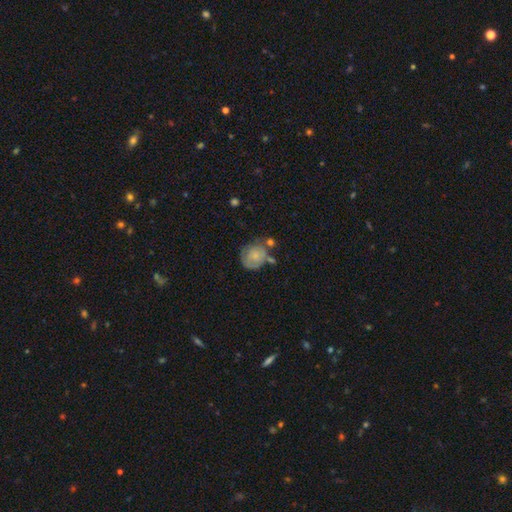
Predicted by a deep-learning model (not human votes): smooth_or_featured: smooth (p=0.61) [alt: featured or disk p=0.32]
how_rounded: round (p=0.72) [alt: in between p=0.27]
merging: none (p=0.45) [alt: minor disturbance p=0.27]